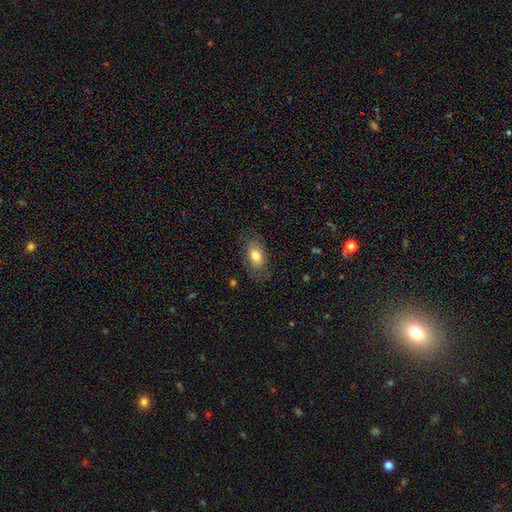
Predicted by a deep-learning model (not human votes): This is likely a smooth galaxy (70%). How rounded: clearly in between (89%). Merging: likely none (74%).